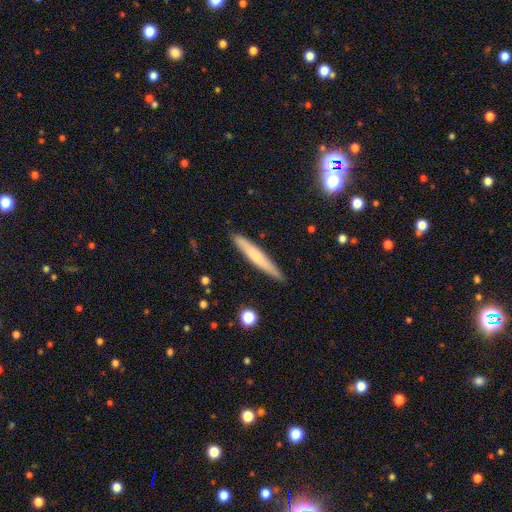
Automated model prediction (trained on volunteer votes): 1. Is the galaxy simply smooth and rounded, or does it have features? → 62% smooth, 32% featured or disk, 6% star or artifact.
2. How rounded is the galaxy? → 94% cigar-shaped, 4% in between, 1% round.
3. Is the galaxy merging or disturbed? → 87% none, 10% minor disturbance, 2% major disturbance, 1% merger.